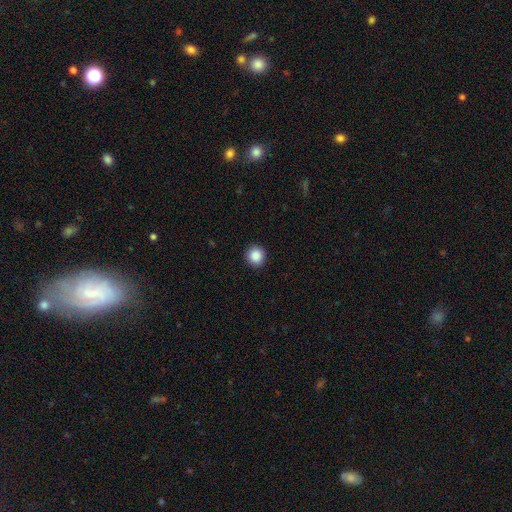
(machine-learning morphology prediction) type=smooth (88%); roundness=round (92%); merging=none (92%).